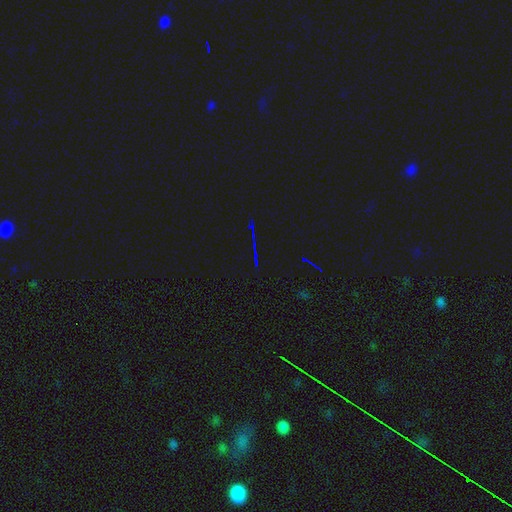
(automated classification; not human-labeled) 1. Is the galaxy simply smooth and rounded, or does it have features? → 81% star or artifact, 10% smooth, 9% featured or disk.